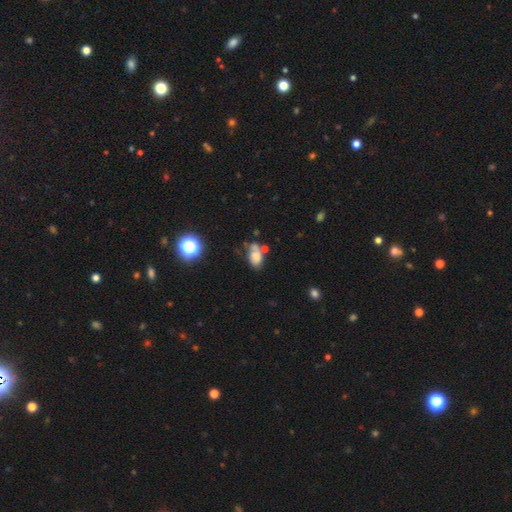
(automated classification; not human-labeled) A smooth galaxy with no disk features (69%) that is in between round and cigar-shaped (87%). Merging: none (43%).